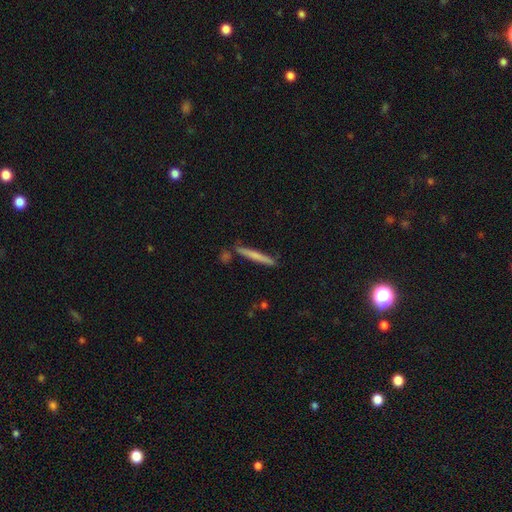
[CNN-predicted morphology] Smooth or featured? smooth (61%)
How rounded? cigar-shaped (96%)
Merging? none (85%)